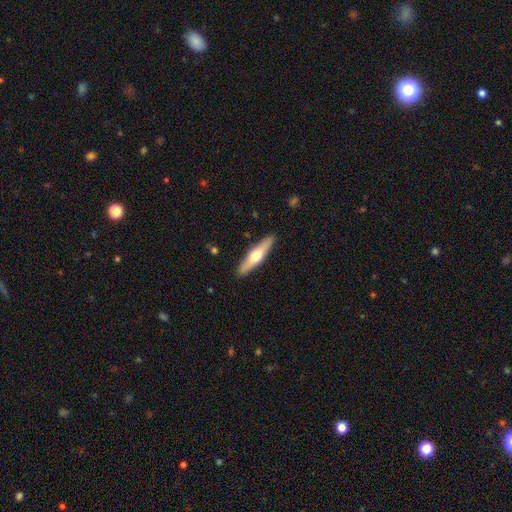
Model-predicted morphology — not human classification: Smooth or featured: featured or disk — 50% (smooth — 45%)
Edge-on disk: yes — 92% (no — 8%)
Merging: none — 90% (minor disturbance — 7%)